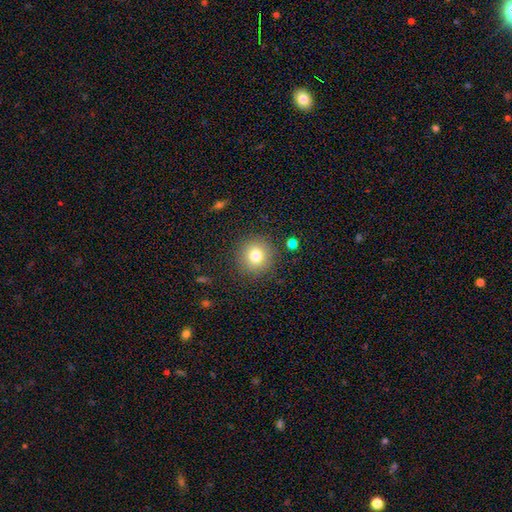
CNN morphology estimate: A smooth galaxy with no disk features (77%) that is round (93%). Merging: none (88%).